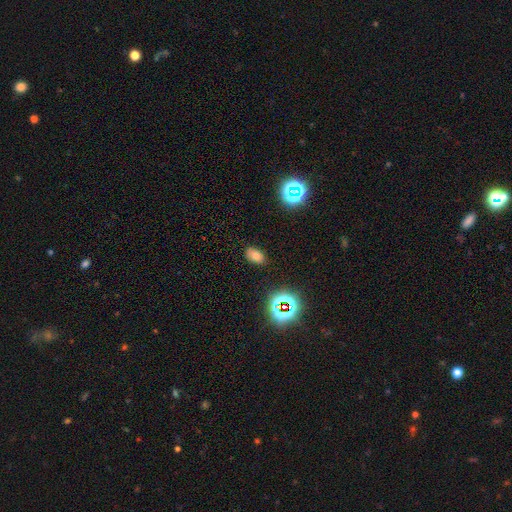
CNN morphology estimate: Overall: smooth (71%). How rounded: in between (88%). Merging: none (83%).